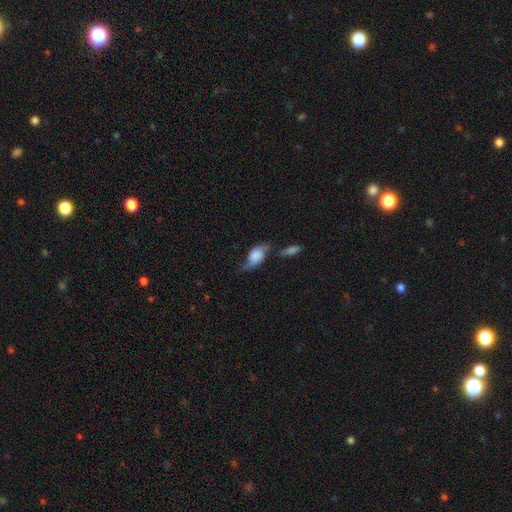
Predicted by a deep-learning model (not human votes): Morphology: type=smooth (61%); roundness=in between (85%); merging=none (35%).